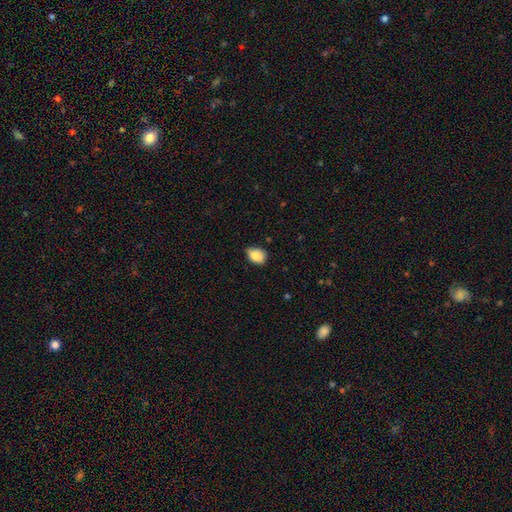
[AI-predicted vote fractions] Smooth or featured? Predicted: smooth (p=0.84). How rounded? Predicted: in between (p=0.67). Merging? Predicted: none (p=0.65).